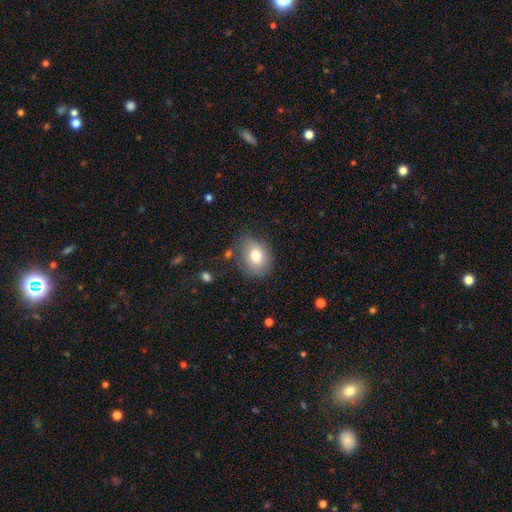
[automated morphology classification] Q: Smooth or featured?
A: smooth (77%); runner-up: featured or disk (14%)
Q: How rounded?
A: in between (58%); runner-up: round (41%)
Q: Merging?
A: none (70%); runner-up: minor disturbance (21%)